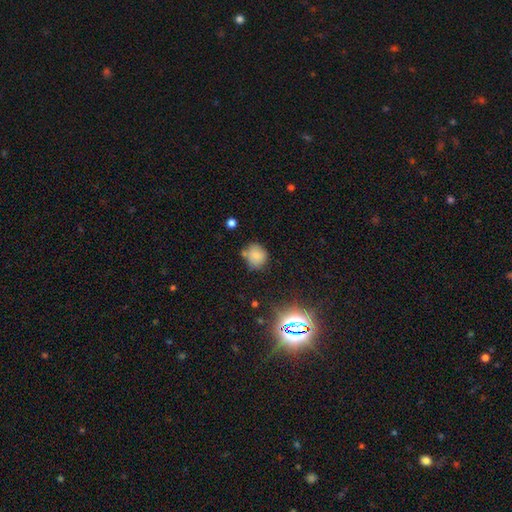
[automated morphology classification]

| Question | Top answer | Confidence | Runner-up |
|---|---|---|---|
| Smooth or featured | smooth | 75% | star or artifact (16%) |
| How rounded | round | 82% | in between (17%) |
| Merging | none | 67% | minor disturbance (17%) |